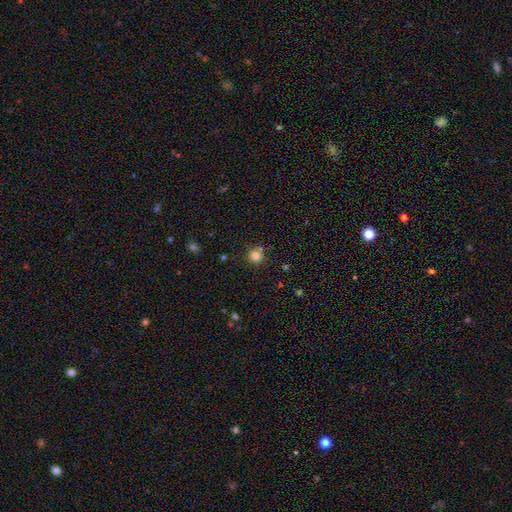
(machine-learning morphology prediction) The model was most divided on "smooth or featured": smooth: 80%, star or artifact: 14%, featured or disk: 6%. More confident: how rounded — round (93%); merging — none (77%).